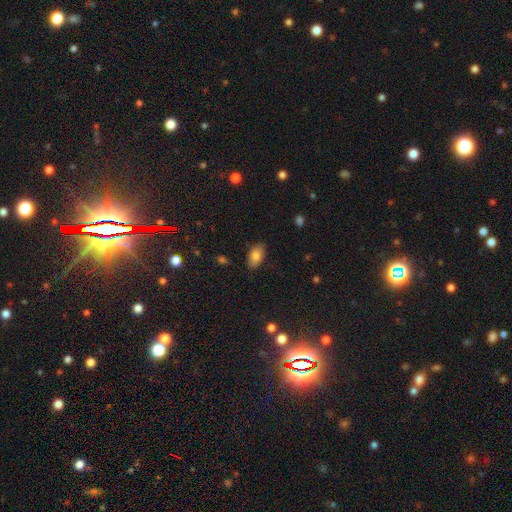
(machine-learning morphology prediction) smooth_or_featured: smooth (p=0.82) [alt: star or artifact p=0.09]
how_rounded: in between (p=0.93) [alt: round p=0.05]
merging: none (p=0.85) [alt: minor disturbance p=0.12]